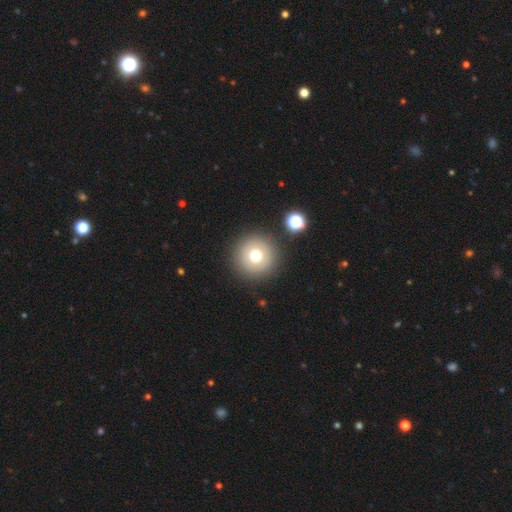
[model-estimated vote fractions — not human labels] Smooth or featured?
  - smooth: 72% *
  - featured or disk: 15%
  - star or artifact: 13%
How rounded?
  - round: 96% *
  - in between: 3%
  - cigar-shaped: 1%
Merging?
  - none: 89% *
  - minor disturbance: 6%
  - merger: 3%
  - major disturbance: 3%